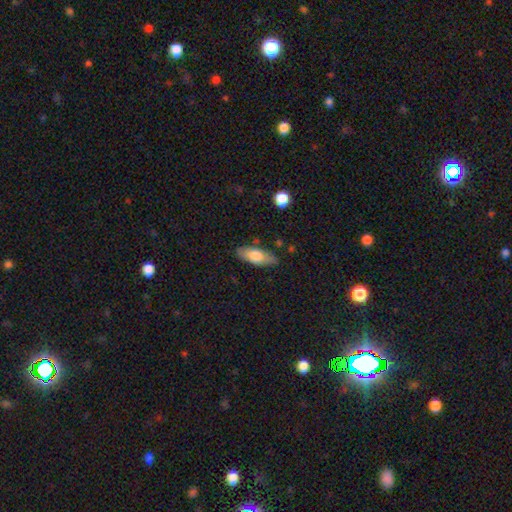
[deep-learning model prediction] smooth 69%, featured or disk 25%, star or artifact 6%. Down the decision tree: how rounded — in between (76%); merging — none (81%).